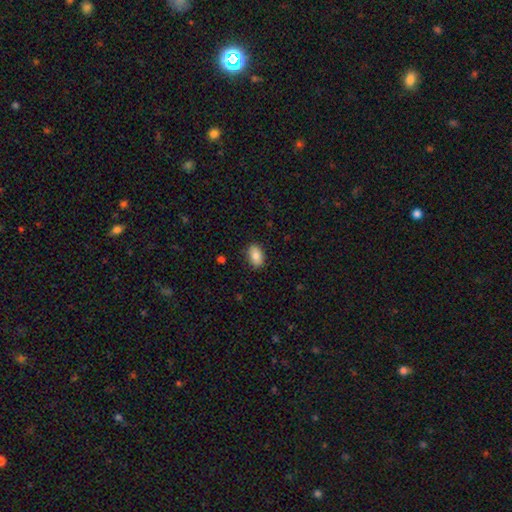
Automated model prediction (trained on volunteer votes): This is clearly a smooth galaxy (84%). How rounded: clearly in between (89%). Merging: clearly none (87%).